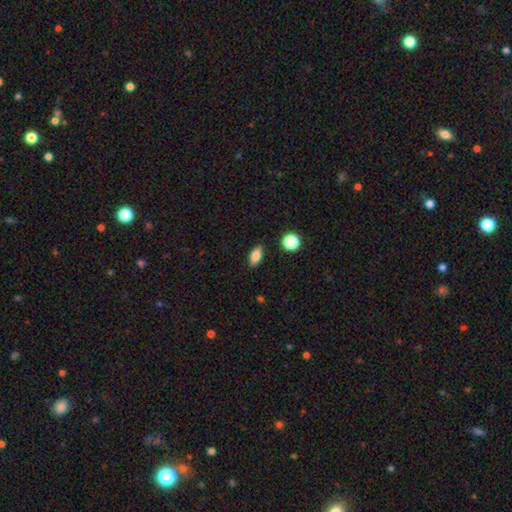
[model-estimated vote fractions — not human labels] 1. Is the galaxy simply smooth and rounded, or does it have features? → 81% smooth, 10% featured or disk, 9% star or artifact.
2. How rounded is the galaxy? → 83% in between, 9% cigar-shaped, 8% round.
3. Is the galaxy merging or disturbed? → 86% none, 10% minor disturbance, 2% major disturbance, 2% merger.